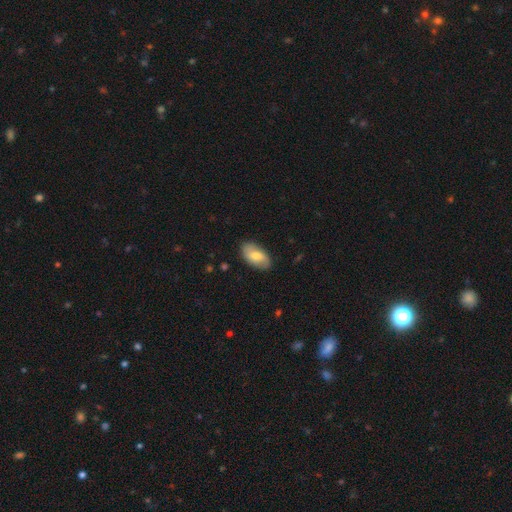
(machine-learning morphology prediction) type=smooth (69%); roundness=in between (94%); merging=none (83%).